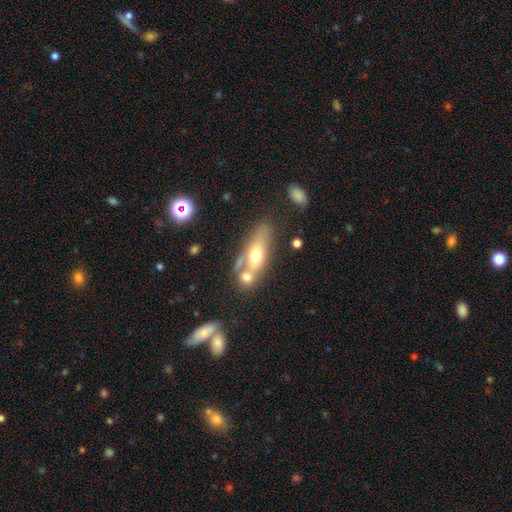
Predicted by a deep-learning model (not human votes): Overall: smooth (53%; featured or disk 39%). How rounded: in between (54%; cigar-shaped 41%). Merging: none (44%; merger 35%).